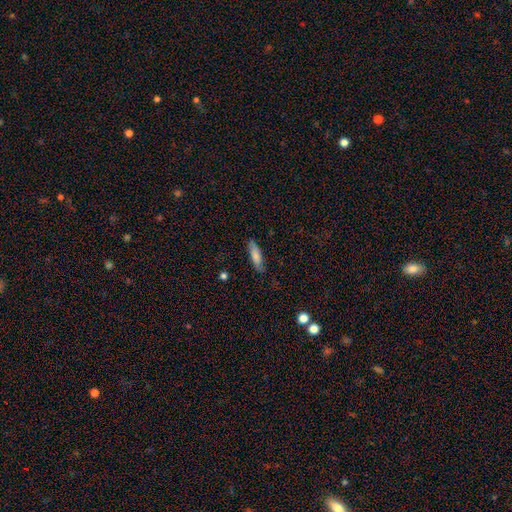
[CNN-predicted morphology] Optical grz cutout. It shows a smooth galaxy with no disk features (74%) that is cigar-shaped (62%). Merging: none (79%).